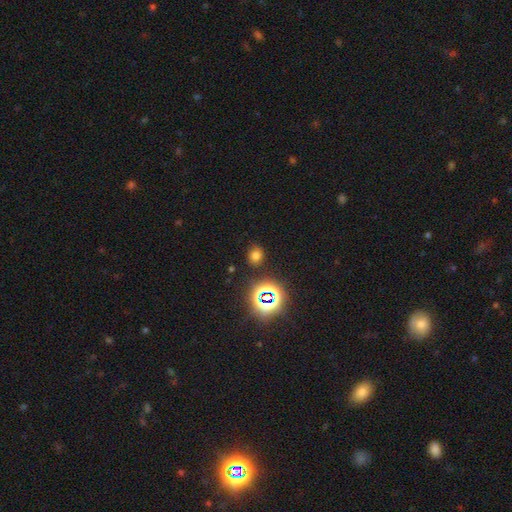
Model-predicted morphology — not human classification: smooth_or_featured: smooth (p=0.66) [alt: star or artifact p=0.27]
how_rounded: round (p=0.65) [alt: in between p=0.33]
merging: none (p=0.82) [alt: minor disturbance p=0.11]